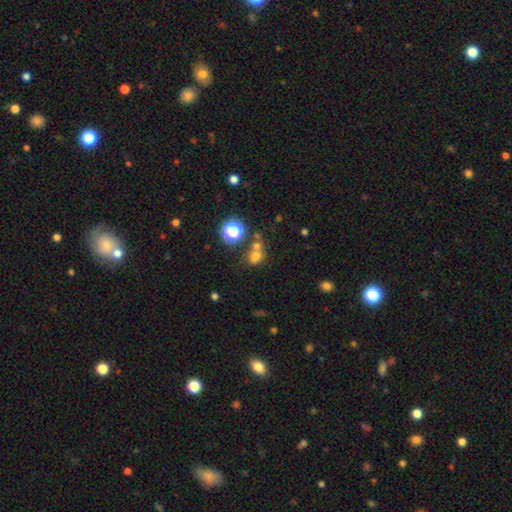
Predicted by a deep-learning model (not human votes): smooth_or_featured: smooth (p=0.59) [alt: star or artifact p=0.27]
how_rounded: round (p=0.72) [alt: in between p=0.27]
merging: merger (p=0.42) [tied with: none p=0.42]